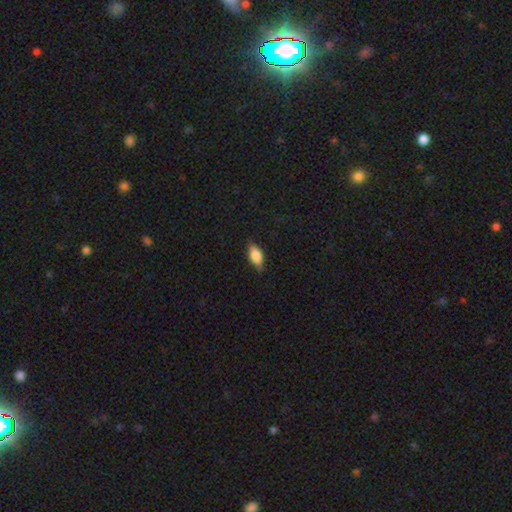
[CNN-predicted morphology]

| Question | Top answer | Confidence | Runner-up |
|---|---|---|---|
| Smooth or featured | smooth | 73% | featured or disk (19%) |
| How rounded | in between | 84% | cigar-shaped (12%) |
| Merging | none | 80% | minor disturbance (16%) |